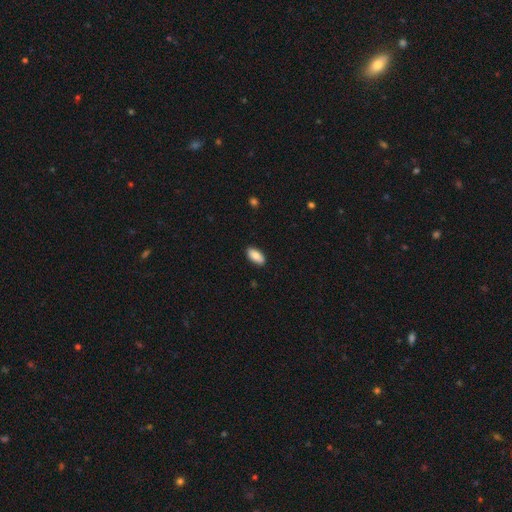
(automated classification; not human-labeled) This is clearly a smooth galaxy (86%). How rounded: clearly in between (92%). Merging: clearly none (89%).